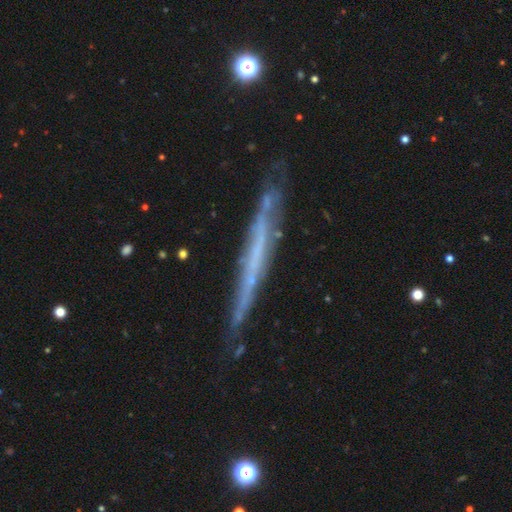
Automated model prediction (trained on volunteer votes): The model was most divided on "smooth or featured": featured or disk: 66%, smooth: 26%, star or artifact: 8%. More confident: edge-on disk — yes (92%); edge-on bulge — none (89%); merging — none (77%).